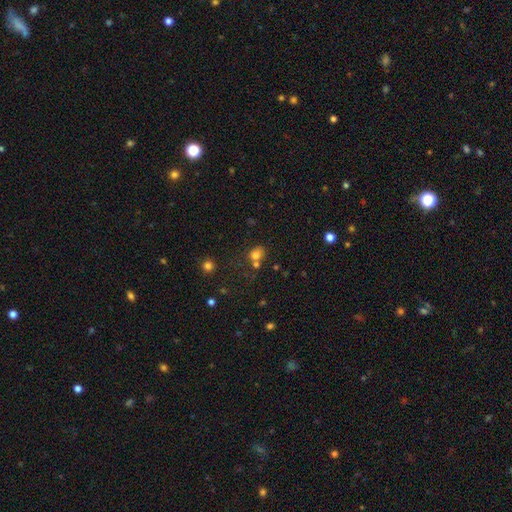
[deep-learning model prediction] This is likely a smooth galaxy (75%). How rounded: possibly round (53%). Merging: possibly none (52%).